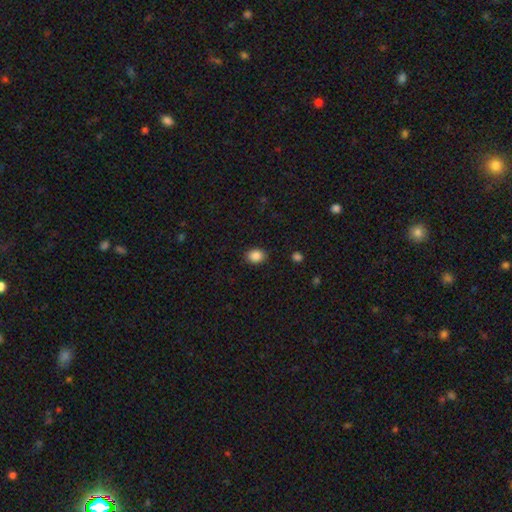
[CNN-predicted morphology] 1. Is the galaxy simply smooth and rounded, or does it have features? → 88% smooth, 9% star or artifact, 3% featured or disk.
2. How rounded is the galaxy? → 51% round, 48% in between, 1% cigar-shaped.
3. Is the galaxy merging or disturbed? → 88% none, 8% minor disturbance, 2% major disturbance, 1% merger.